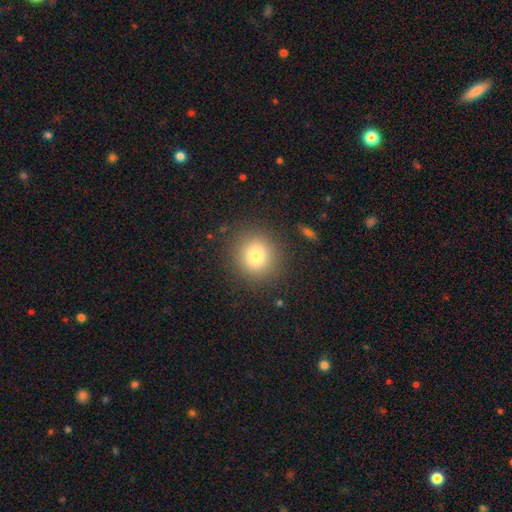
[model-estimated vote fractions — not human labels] Overall: smooth (78%). How rounded: round (88%). Merging: none (88%).